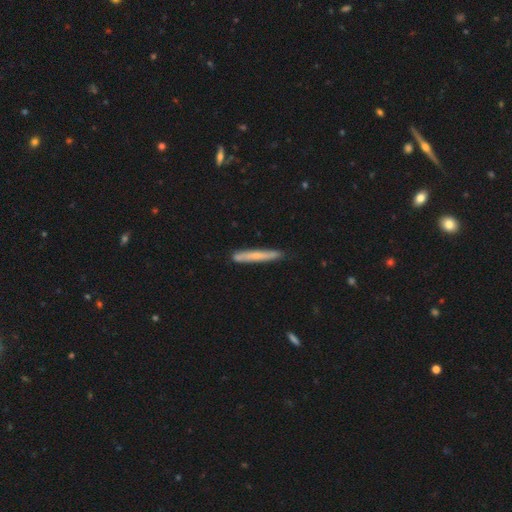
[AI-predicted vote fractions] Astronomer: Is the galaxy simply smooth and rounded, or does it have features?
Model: smooth — 56% (runner-up: featured or disk, 39%).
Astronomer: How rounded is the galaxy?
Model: cigar-shaped — 96%.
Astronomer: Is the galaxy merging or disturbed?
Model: none — 84%.